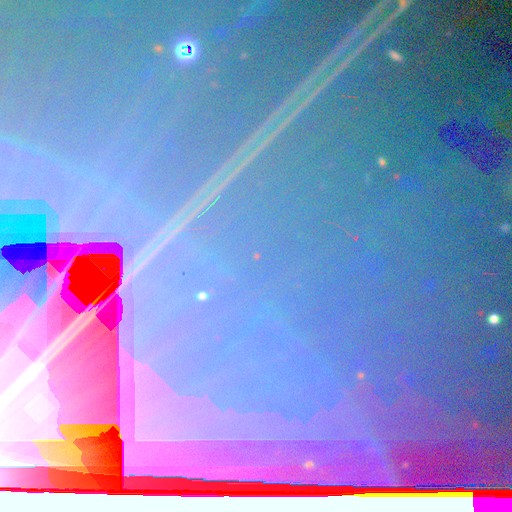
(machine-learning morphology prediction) Smooth or featured?
  - star or artifact: 85% *
  - smooth: 8%
  - featured or disk: 7%